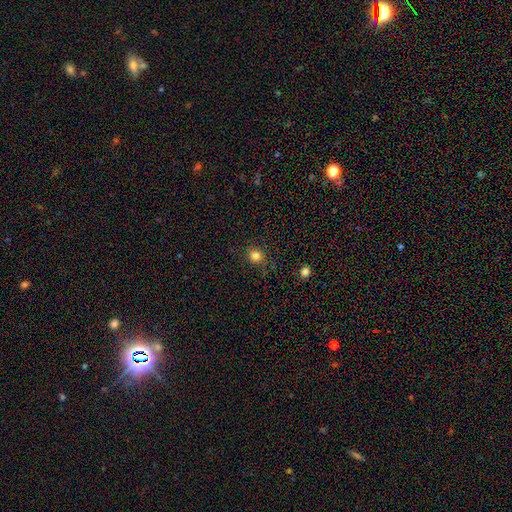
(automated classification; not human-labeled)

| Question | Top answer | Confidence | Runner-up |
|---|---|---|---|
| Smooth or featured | smooth | 82% | star or artifact (13%) |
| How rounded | round | 86% | in between (13%) |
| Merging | none | 84% | minor disturbance (10%) |